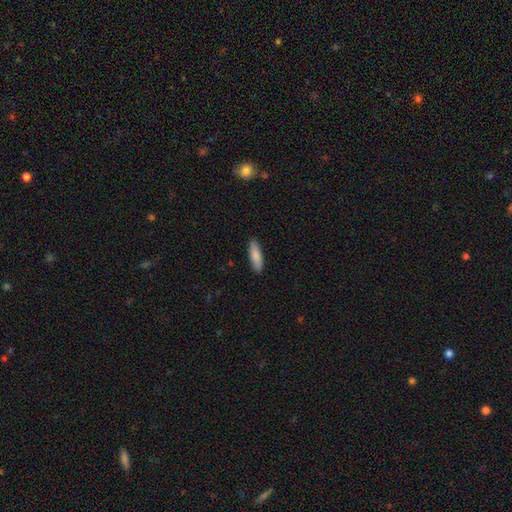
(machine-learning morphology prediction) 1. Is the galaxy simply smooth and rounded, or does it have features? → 86% smooth, 8% featured or disk, 6% star or artifact.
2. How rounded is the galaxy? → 54% cigar-shaped, 45% in between, 2% round.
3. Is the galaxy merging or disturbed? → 90% none, 7% minor disturbance, 2% major disturbance, 1% merger.